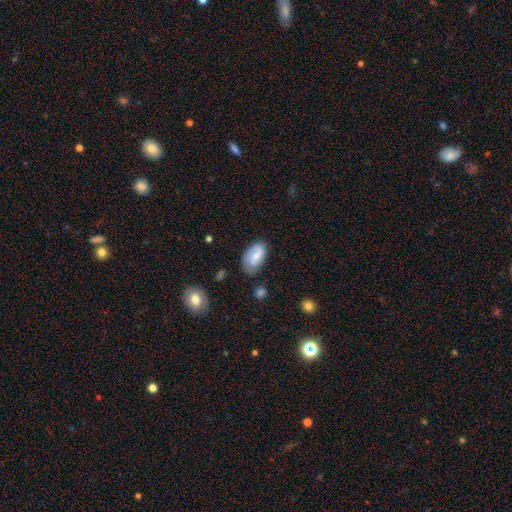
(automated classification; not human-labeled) Smooth or featured? smooth (59%)
How rounded? in between (93%)
Merging? none (66%)